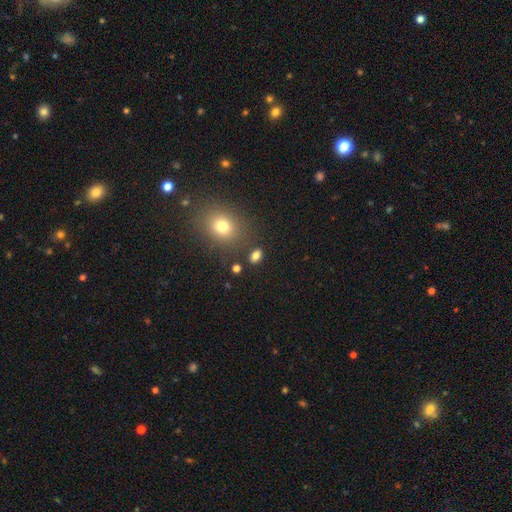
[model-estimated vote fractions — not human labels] This is likely a smooth galaxy (80%). How rounded: likely in between (76%). Merging: clearly none (81%).